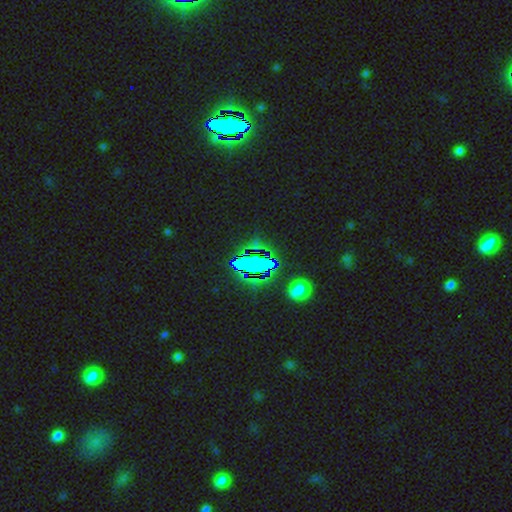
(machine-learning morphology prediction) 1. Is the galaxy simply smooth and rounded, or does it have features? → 70% star or artifact, 19% smooth, 11% featured or disk.